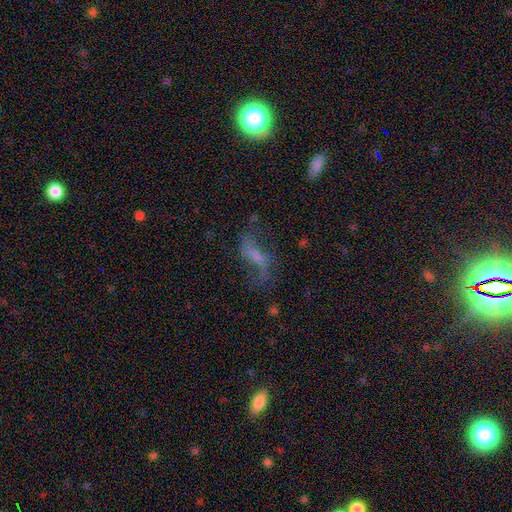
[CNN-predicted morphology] Smooth or featured? featured or disk (55%)
Edge-on disk? no (85%)
Merging? none (62%)